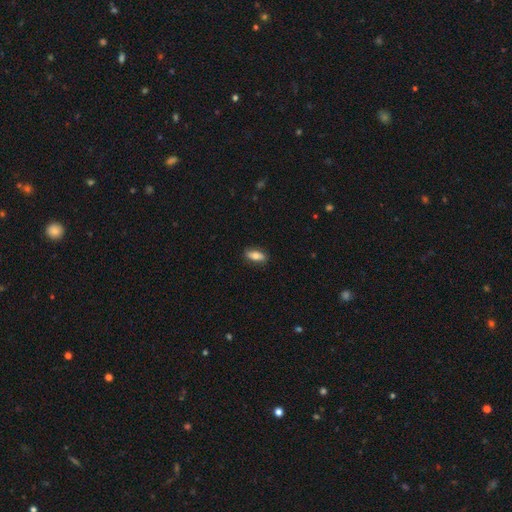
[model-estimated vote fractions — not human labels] The model was most divided on "how rounded": in between: 74%, cigar-shaped: 23%, round: 3%. More confident: merging — none (85%); smooth or featured — smooth (74%).